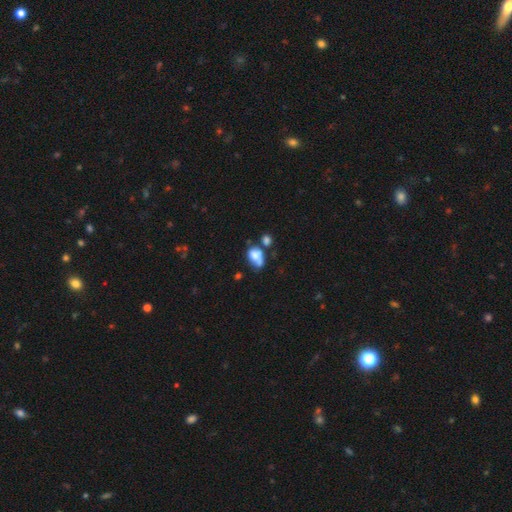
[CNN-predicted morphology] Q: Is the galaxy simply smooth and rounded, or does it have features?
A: smooth — 68%.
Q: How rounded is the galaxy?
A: in between — 72%.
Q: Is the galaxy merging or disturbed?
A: merger — 38%.